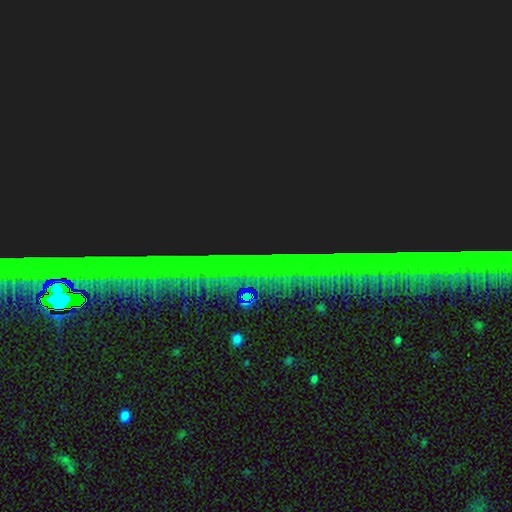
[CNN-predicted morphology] This is clearly a star or artifact rather than a galaxy (86%).